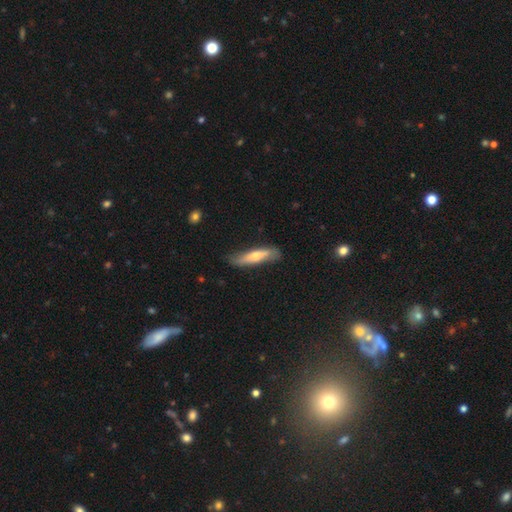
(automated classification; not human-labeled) Morphology: type=smooth (56%); roundness=cigar-shaped (81%); merging=none (75%).